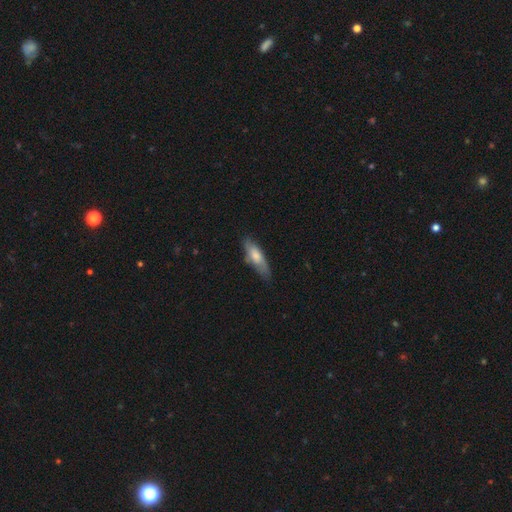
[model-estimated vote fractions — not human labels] Smooth or featured?
  - smooth: 66% *
  - featured or disk: 29%
  - star or artifact: 6%
How rounded?
  - cigar-shaped: 50% *
  - in between: 48%
  - round: 2%
Merging?
  - none: 68% *
  - minor disturbance: 25%
  - major disturbance: 5%
  - merger: 2%